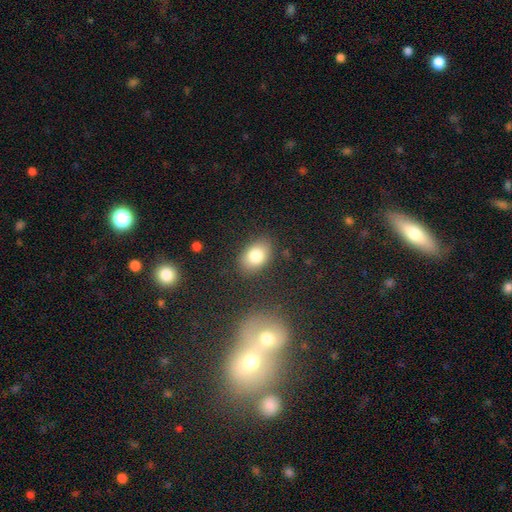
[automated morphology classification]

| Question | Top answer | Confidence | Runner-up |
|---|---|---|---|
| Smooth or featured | smooth | 80% | featured or disk (11%) |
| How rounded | in between | 79% | round (20%) |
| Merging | none | 84% | minor disturbance (11%) |